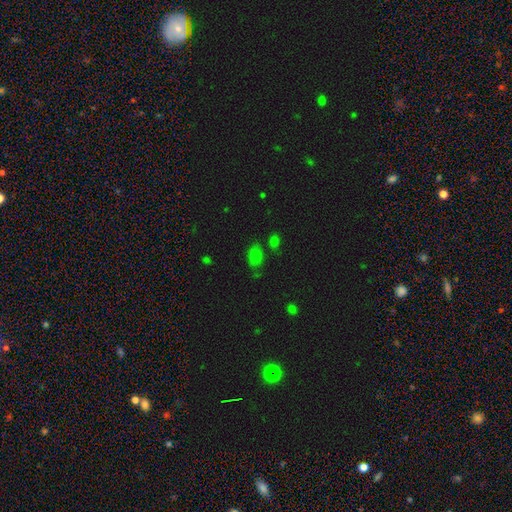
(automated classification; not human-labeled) Morphology: type=smooth (69%); roundness=in between (81%); merging=none (63%).